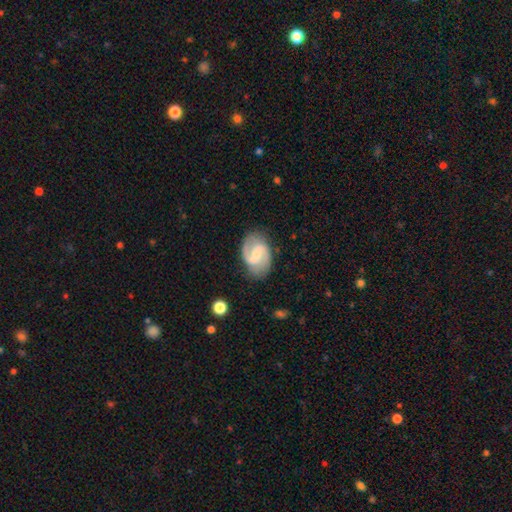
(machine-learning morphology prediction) A featured or disk galaxy (84%) with a weak bar (57%), 2 (90%) medium (53%) spiral arms (96%) and a small central bulge (54%). Merging: none (79%).